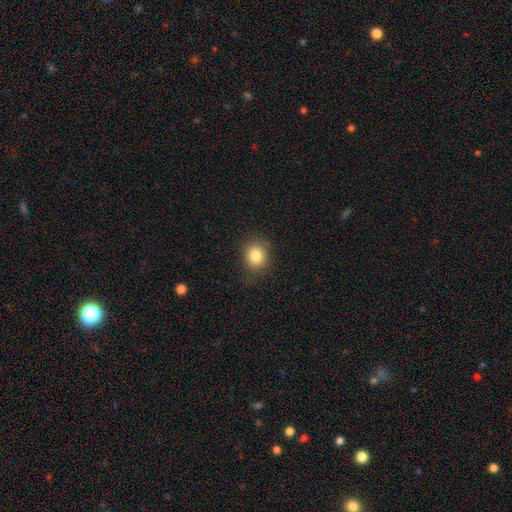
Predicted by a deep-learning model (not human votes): Overall: smooth (83%). How rounded: round (77%). Merging: none (80%).